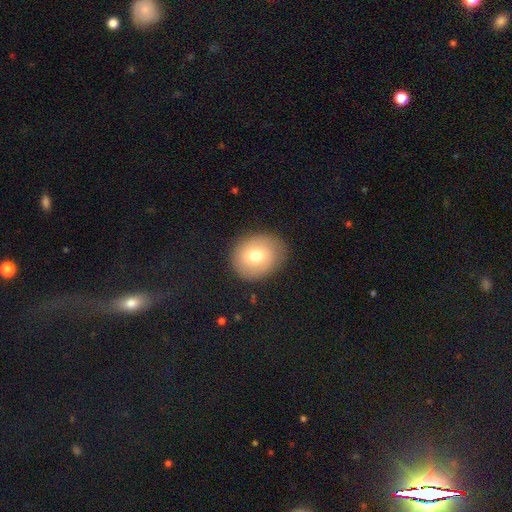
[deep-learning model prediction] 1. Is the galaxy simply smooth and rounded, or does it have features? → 70% smooth, 21% featured or disk, 9% star or artifact.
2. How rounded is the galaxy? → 57% round, 42% in between, 1% cigar-shaped.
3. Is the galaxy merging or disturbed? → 84% none, 12% minor disturbance, 4% major disturbance, 1% merger.